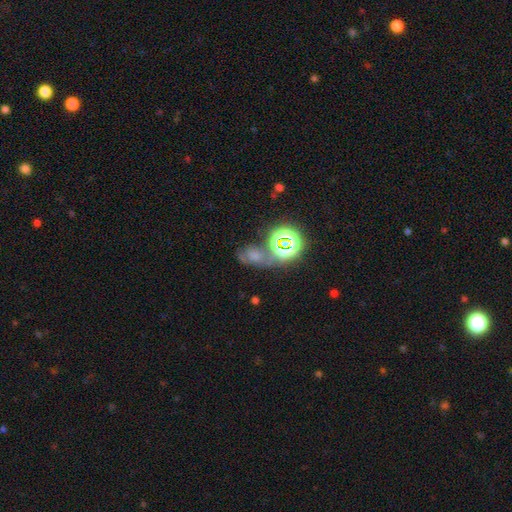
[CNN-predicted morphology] A smooth galaxy with no disk features (40%).

Vote fractions:
- Smooth or featured? smooth: 40% / star or artifact: 39% / featured or disk: 21%
- Merging? none: 47% / minor disturbance: 19% / merger: 19% / major disturbance: 15%